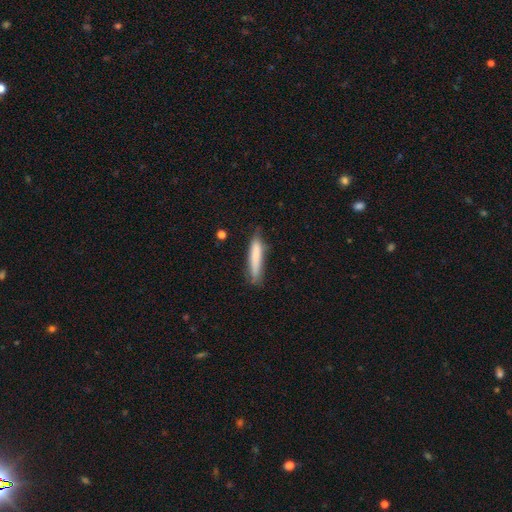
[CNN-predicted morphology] Smooth or featured? smooth (79%)
How rounded? cigar-shaped (88%)
Merging? none (73%)